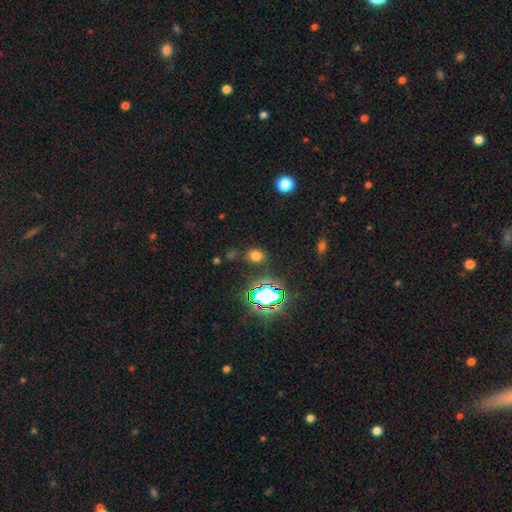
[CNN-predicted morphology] A smooth galaxy with no disk features (64%) that is in between round and cigar-shaped (54%).

Vote fractions:
- Smooth or featured? smooth: 64% / star or artifact: 30% / featured or disk: 7%
- How rounded? in between: 54% / round: 44% / cigar-shaped: 2%
- Merging? none: 80% / minor disturbance: 11% / major disturbance: 4% / merger: 4%